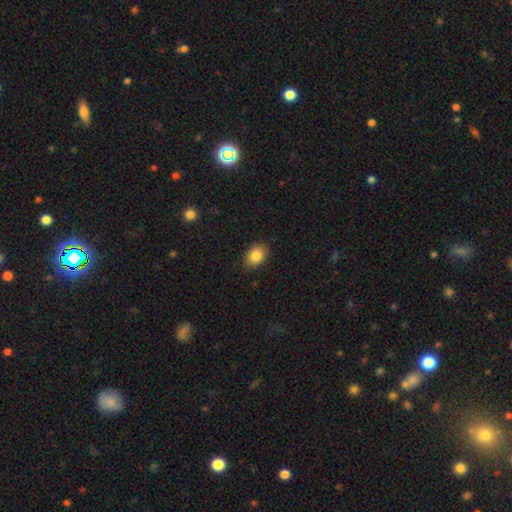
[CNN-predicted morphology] type=smooth (85%); roundness=in between (73%); merging=none (84%).